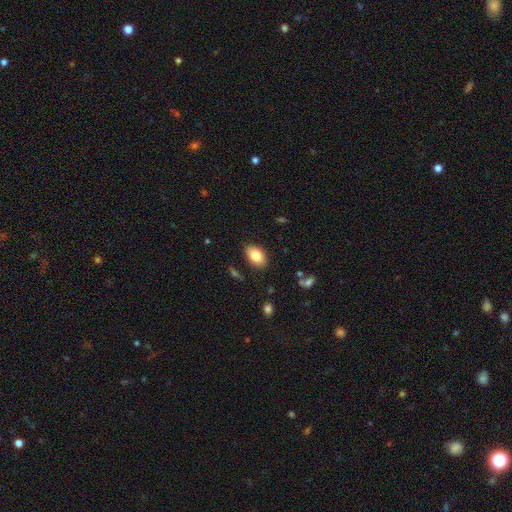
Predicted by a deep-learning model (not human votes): smooth-or-featured: smooth: 80% | featured or disk: 12% | star or artifact: 8%
  how-rounded: in between: 90% | round: 9% | cigar-shaped: 1%
  merging: none: 86% | minor disturbance: 10% | major disturbance: 2% | merger: 2%